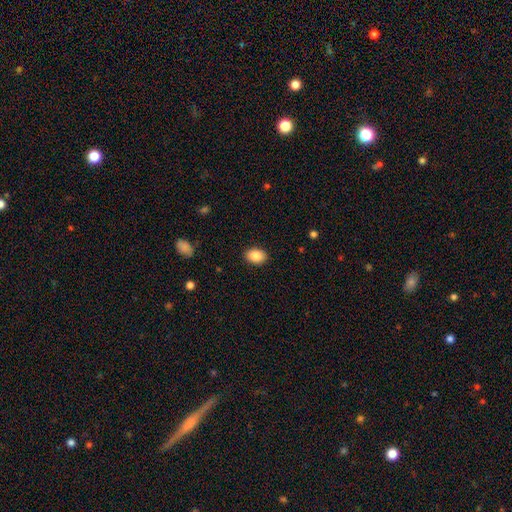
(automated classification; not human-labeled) This appears to be a smooth galaxy with no disk features (88%) that is in between round and cigar-shaped (82%). Merging: none (89%).